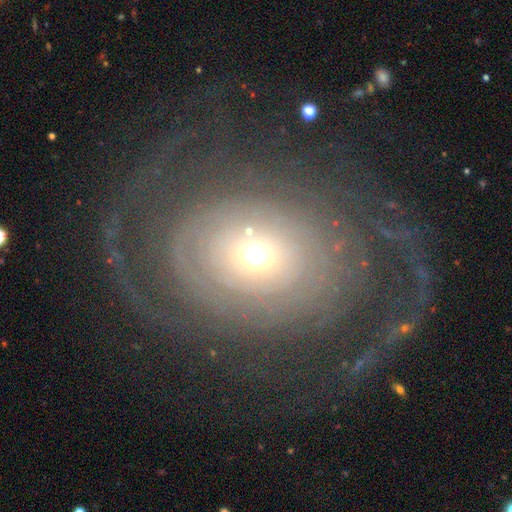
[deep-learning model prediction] A featured or disk galaxy (72%) with no bar (83%), tight (59%) spiral arms (75%) and a moderate central bulge (57%).

Vote fractions:
- Smooth or featured? featured or disk: 72% / smooth: 19% / star or artifact: 9%
- Edge-on disk? no: 96% / yes: 4%
- Bar? no: 83% / weak: 13% / strong: 5%
- Spiral arms? yes: 75% / no: 25%
- Spiral winding? tight: 59% / medium: 23% / loose: 18%
- Spiral arm count? can't tell: 40% / 2: 24% / 1: 11% / 3: 10% / more than 4: 8% / 4: 8%
- Bulge size? moderate: 57% / small: 29% / large: 10% / dominant: 3% / none: 2%
- Merging? none: 59% / major disturbance: 24% / minor disturbance: 14% / merger: 3%